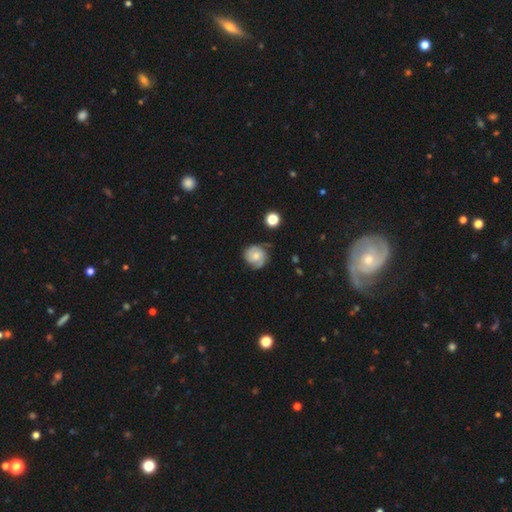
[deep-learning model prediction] The model was most divided on "bulge size": moderate: 47%, small: 45%, none: 4%, large: 3%, dominant: 1%. Remaining: edge-on disk — no (98%); spiral arms — yes (89%); bar — no (73%); merging — none (69%); smooth or featured — featured or disk (59%); spiral winding — tight (55%); spiral arm count — 2 (46%).